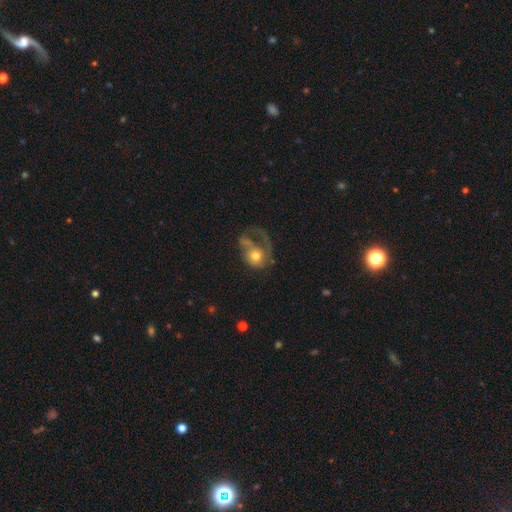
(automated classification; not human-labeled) A featured or disk galaxy (47%).

Vote fractions:
- Smooth or featured? featured or disk: 47% / smooth: 44% / star or artifact: 8%
- Merging? major disturbance: 57% / none: 21% / minor disturbance: 13% / merger: 9%